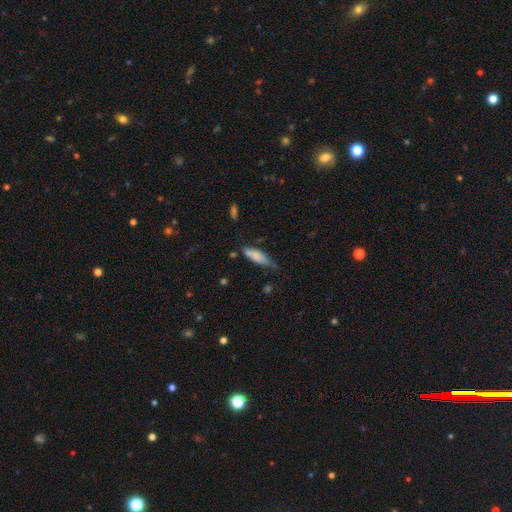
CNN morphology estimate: Smooth or featured?
  - smooth: 78% *
  - featured or disk: 15%
  - star or artifact: 7%
How rounded?
  - in between: 53% *
  - cigar-shaped: 45%
  - round: 2%
Merging?
  - none: 53% *
  - minor disturbance: 33%
  - major disturbance: 8%
  - merger: 5%